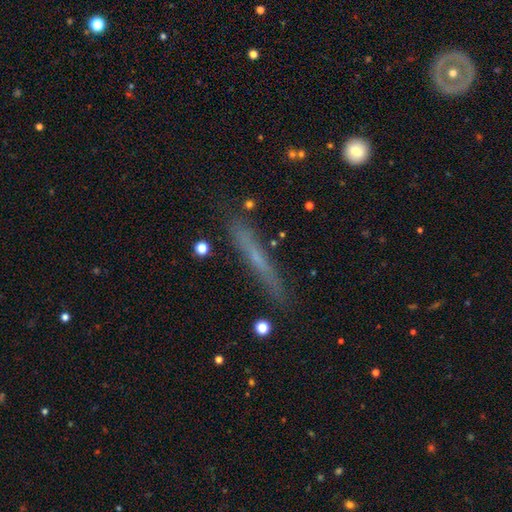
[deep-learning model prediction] Overall: featured or disk (46%; smooth 43%). Merging: none (81%).